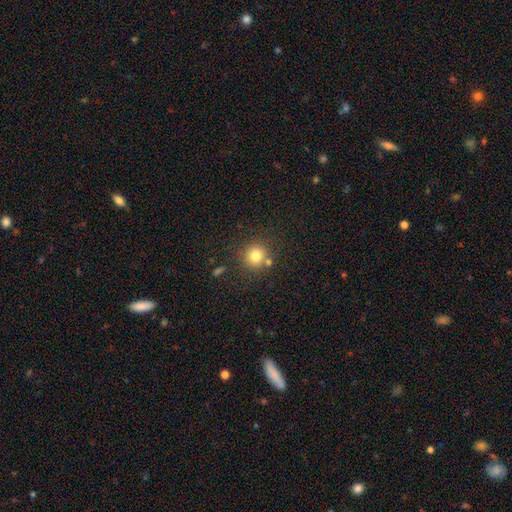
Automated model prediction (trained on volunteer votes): smooth-or-featured: smooth: 79% | star or artifact: 13% | featured or disk: 8%
  how-rounded: round: 91% | in between: 8% | cigar-shaped: 1%
  merging: none: 76% | merger: 11% | minor disturbance: 10% | major disturbance: 3%